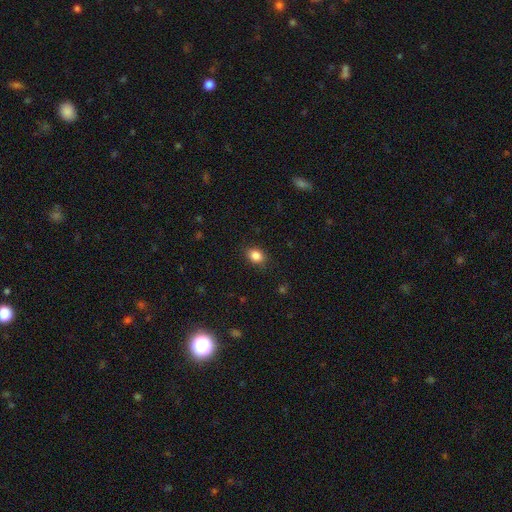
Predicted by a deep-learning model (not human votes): Smooth or featured? Predicted: smooth (p=0.86). How rounded? Predicted: in between (p=0.64). Merging? Predicted: none (p=0.85).